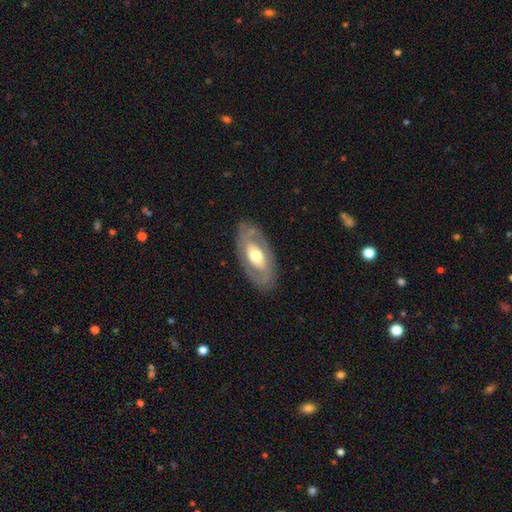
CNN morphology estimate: The model was most divided on "spiral arms": no: 57%, yes: 43%. More confident: edge-on disk — no (89%); merging — none (82%); bulge size — moderate (68%); smooth or featured — featured or disk (65%); bar — no (60%).